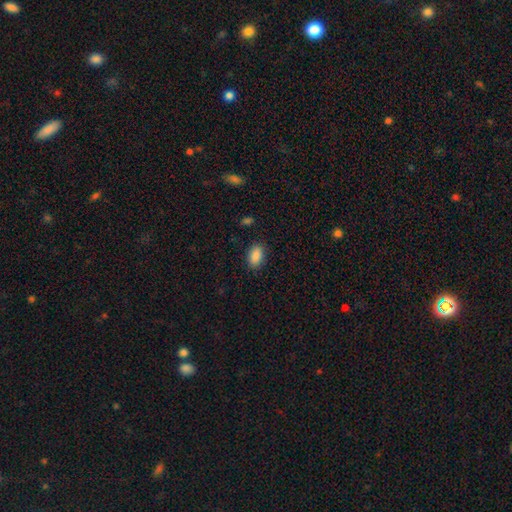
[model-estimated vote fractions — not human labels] Smooth or featured?
  - smooth: 89% *
  - star or artifact: 7%
  - featured or disk: 4%
How rounded?
  - in between: 91% *
  - round: 7%
  - cigar-shaped: 2%
Merging?
  - none: 88% *
  - minor disturbance: 9%
  - major disturbance: 2%
  - merger: 1%